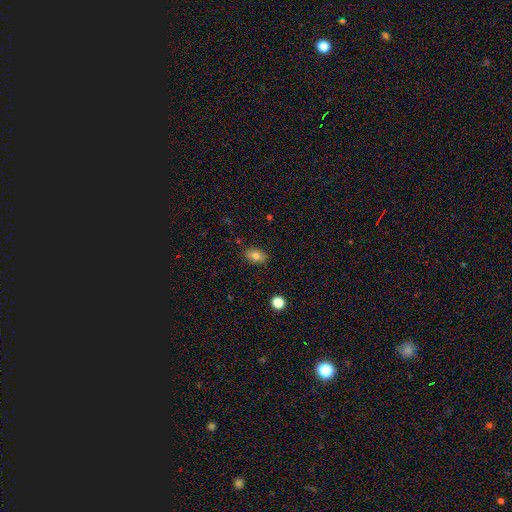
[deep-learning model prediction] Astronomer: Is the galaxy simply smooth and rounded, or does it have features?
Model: smooth — 79%.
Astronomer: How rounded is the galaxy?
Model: in between — 77%.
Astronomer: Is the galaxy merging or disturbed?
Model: none — 82%.